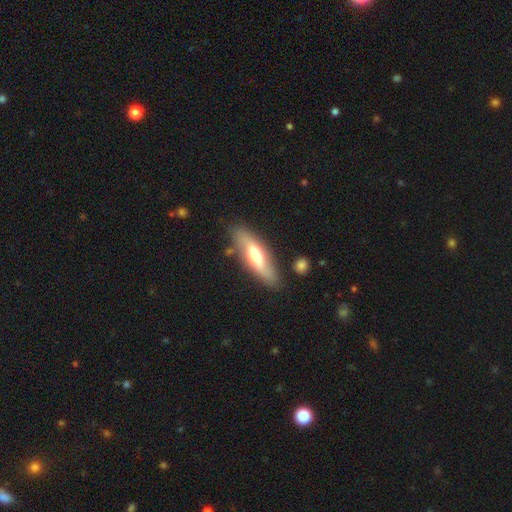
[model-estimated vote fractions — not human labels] Smooth or featured? smooth (50%)
How rounded? cigar-shaped (59%)
Merging? none (76%)